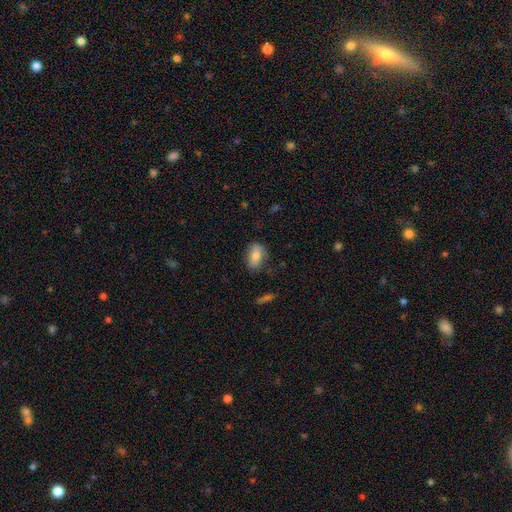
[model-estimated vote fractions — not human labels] A smooth galaxy with no disk features (77%) that is in between round and cigar-shaped (86%).

Vote fractions:
- Smooth or featured? smooth: 77% / featured or disk: 15% / star or artifact: 7%
- How rounded? in between: 86% / round: 10% / cigar-shaped: 4%
- Merging? none: 75% / minor disturbance: 19% / major disturbance: 4% / merger: 2%